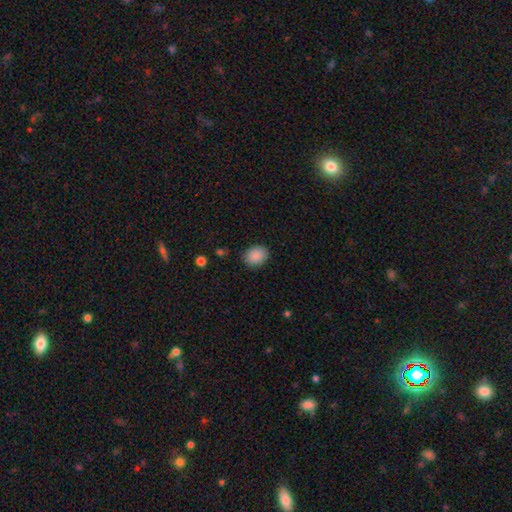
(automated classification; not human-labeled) smooth_or_featured: smooth (p=0.87) [alt: star or artifact p=0.08]
how_rounded: in between (p=0.55) [alt: round p=0.44]
merging: none (p=0.86) [alt: minor disturbance p=0.10]